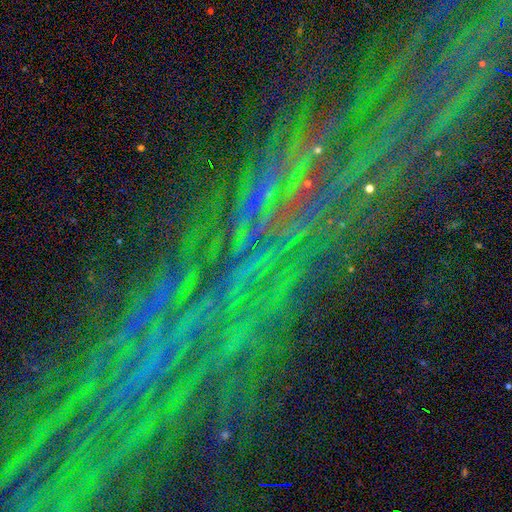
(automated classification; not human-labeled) Morphology: type=star or artifact (80%).